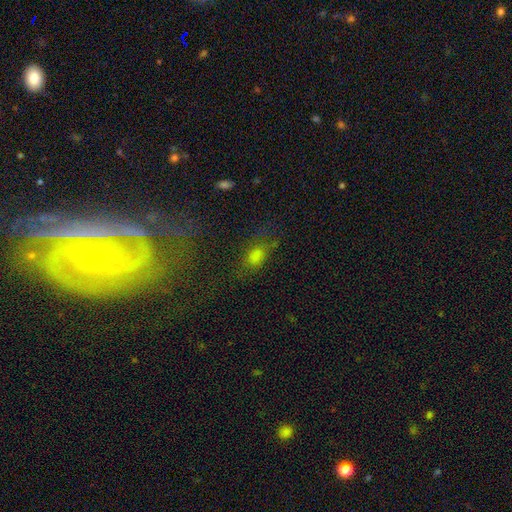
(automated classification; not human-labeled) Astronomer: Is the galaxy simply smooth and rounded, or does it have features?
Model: smooth — 58%.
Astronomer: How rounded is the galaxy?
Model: in between — 68%.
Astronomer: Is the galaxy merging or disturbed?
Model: none — 56%.